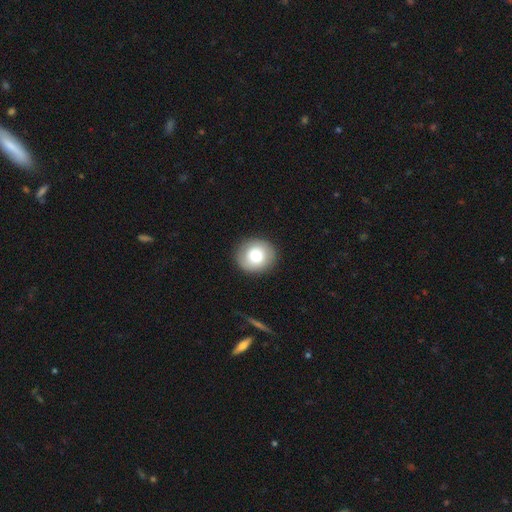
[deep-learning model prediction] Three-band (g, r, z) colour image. It shows a smooth galaxy with no disk features (74%) that is round (83%). Merging: none (89%).